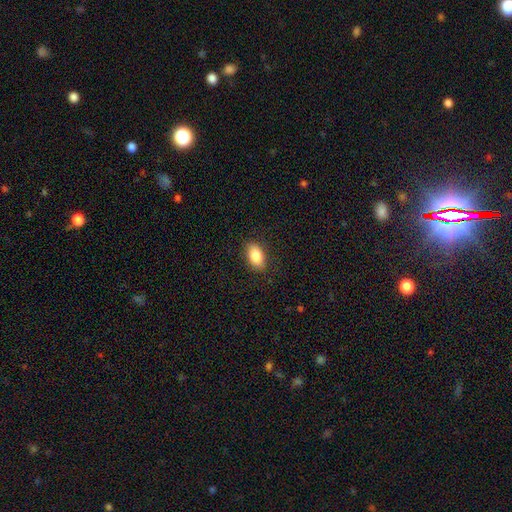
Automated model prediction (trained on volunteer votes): Smooth or featured? Predicted: smooth (p=0.85). How rounded? Predicted: in between (p=0.90). Merging? Predicted: none (p=0.86).